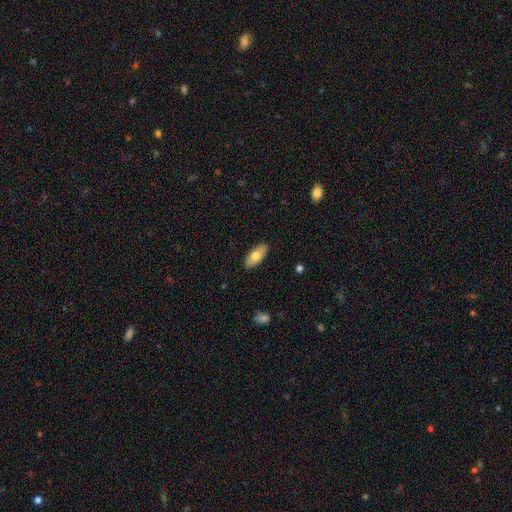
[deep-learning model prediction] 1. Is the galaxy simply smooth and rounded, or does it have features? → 72% smooth, 22% featured or disk, 6% star or artifact.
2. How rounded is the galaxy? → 88% in between, 9% cigar-shaped, 2% round.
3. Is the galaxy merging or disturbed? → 88% none, 9% minor disturbance, 2% major disturbance, 1% merger.